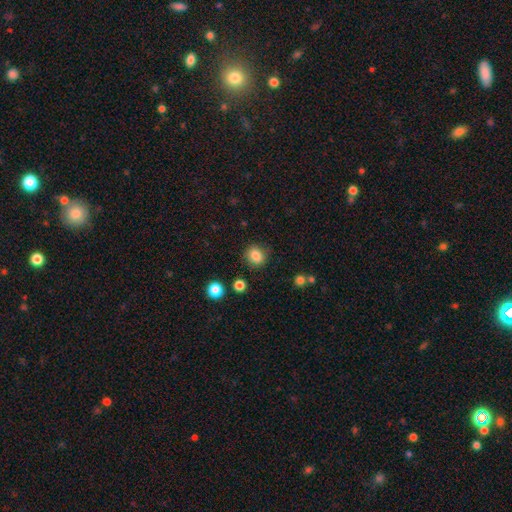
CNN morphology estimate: Q: Smooth or featured?
A: smooth (84%); runner-up: star or artifact (11%)
Q: How rounded?
A: round (76%); runner-up: in between (23%)
Q: Merging?
A: none (86%); runner-up: minor disturbance (9%)